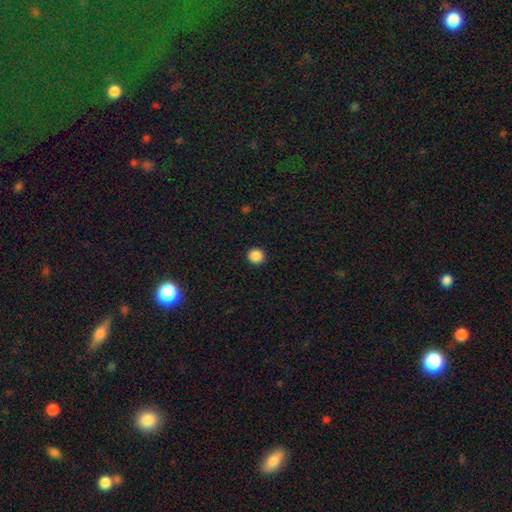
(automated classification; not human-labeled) smooth 88%, star or artifact 10%, featured or disk 2%. Down the decision tree: how rounded — round (94%); merging — none (93%).